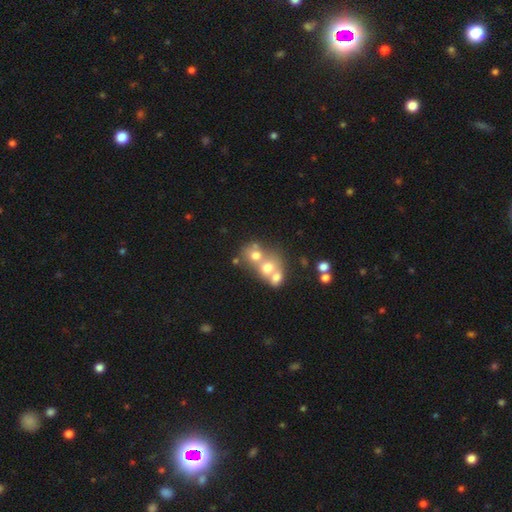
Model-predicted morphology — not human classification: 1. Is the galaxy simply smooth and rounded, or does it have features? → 60% smooth, 26% featured or disk, 14% star or artifact.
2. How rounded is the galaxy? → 69% round, 30% in between, 1% cigar-shaped.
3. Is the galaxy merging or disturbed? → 64% merger, 26% none, 6% minor disturbance, 4% major disturbance.